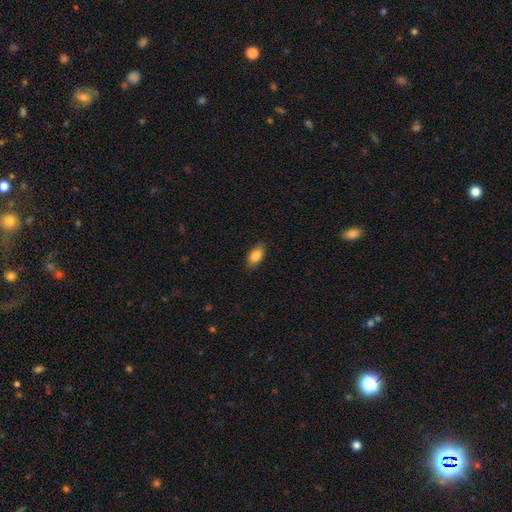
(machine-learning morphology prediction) Smooth or featured? smooth (84%)
How rounded? in between (91%)
Merging? none (86%)